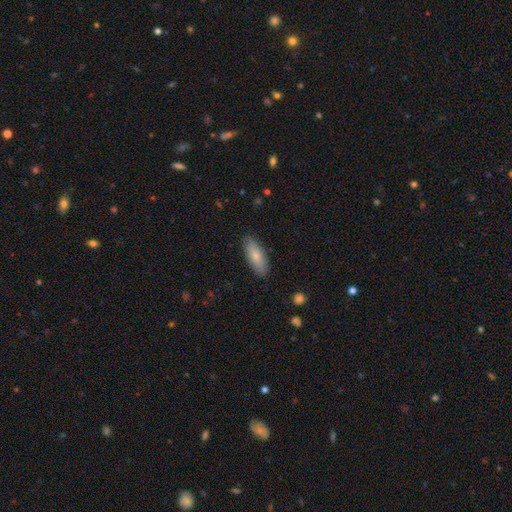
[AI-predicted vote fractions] A smooth galaxy with no disk features (81%) that is in between round and cigar-shaped (69%). Merging: none (87%).